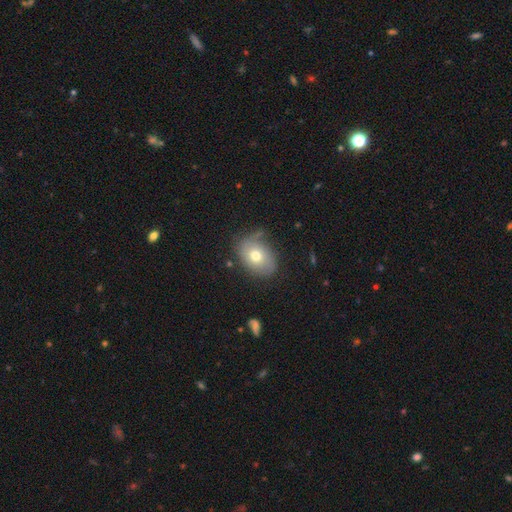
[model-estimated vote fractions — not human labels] smooth_or_featured: smooth (p=0.67) [alt: featured or disk p=0.24]
how_rounded: in between (p=0.71) [alt: round p=0.28]
merging: none (p=0.68) [alt: minor disturbance p=0.22]